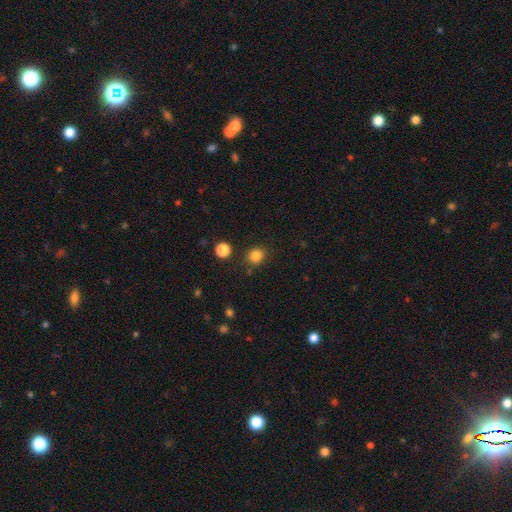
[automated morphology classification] Smooth or featured? Predicted: smooth (p=0.84). How rounded? Predicted: round (p=0.82). Merging? Predicted: none (p=0.83).